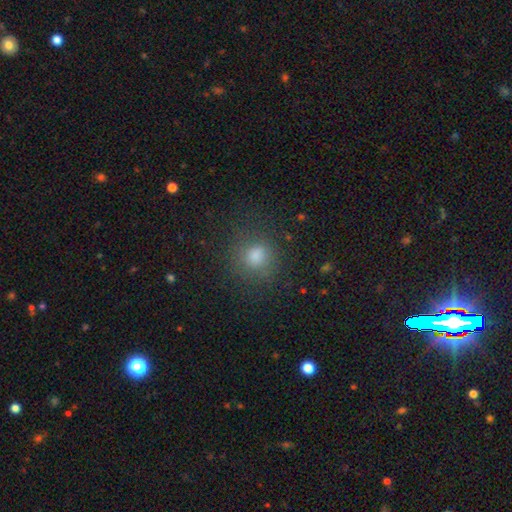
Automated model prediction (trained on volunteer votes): The model was most divided on "smooth or featured": smooth: 78%, star or artifact: 16%, featured or disk: 6%. More confident: how rounded — round (84%); merging — none (82%).